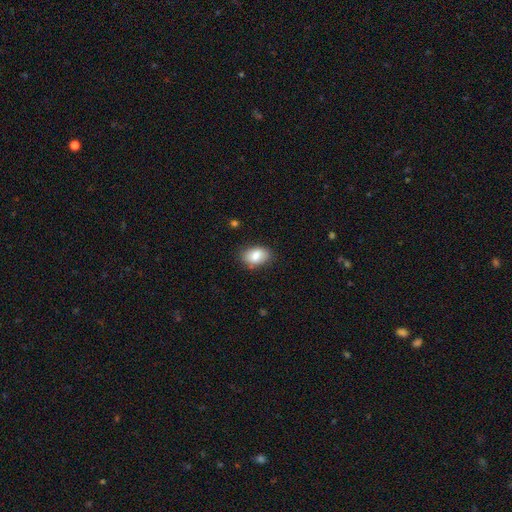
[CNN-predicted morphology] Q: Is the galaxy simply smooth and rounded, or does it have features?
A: smooth — 83%.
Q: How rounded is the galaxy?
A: in between — 86%.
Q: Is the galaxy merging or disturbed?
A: none — 79%.